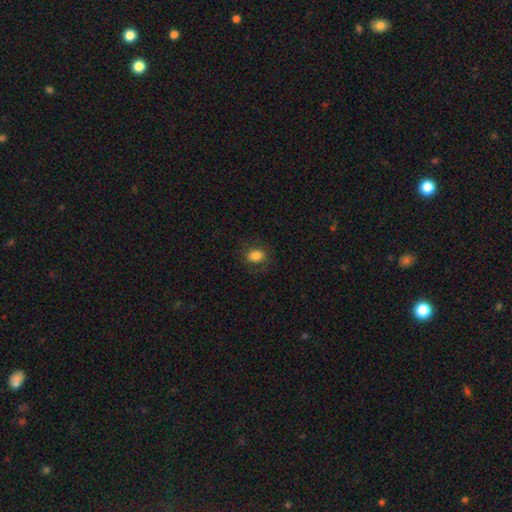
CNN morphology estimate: Smooth or featured?
  - smooth: 81% *
  - star or artifact: 10%
  - featured or disk: 10%
How rounded?
  - in between: 60% *
  - round: 39%
  - cigar-shaped: 1%
Merging?
  - none: 78% *
  - minor disturbance: 14%
  - major disturbance: 6%
  - merger: 1%